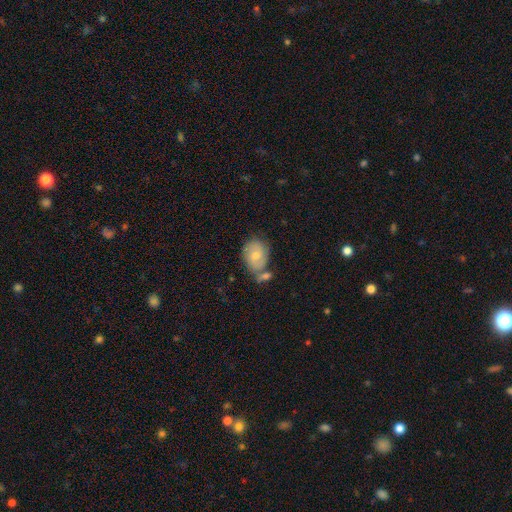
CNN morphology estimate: This appears to be a smooth galaxy with no disk features (60%) that is in between round and cigar-shaped (63%). Merging: none (44%).